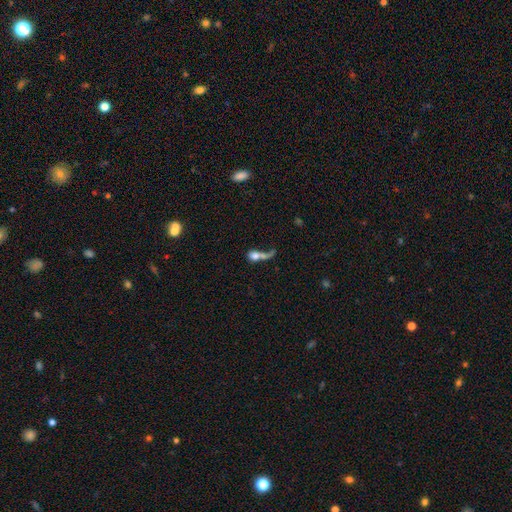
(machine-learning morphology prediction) A smooth galaxy with no disk features (63%) that is in between round and cigar-shaped (51%). Merging: merger (44%).